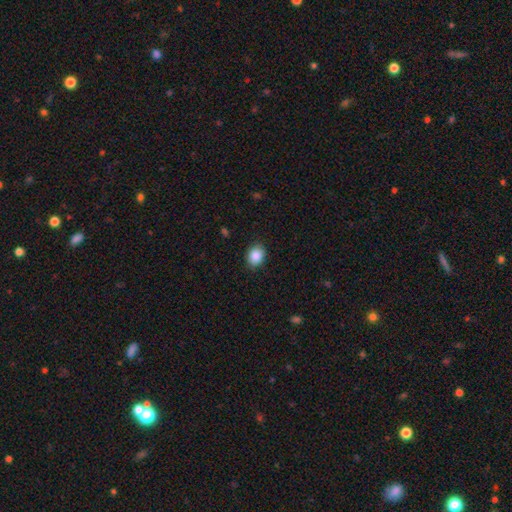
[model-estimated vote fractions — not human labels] The model was most divided on "how rounded": in between: 55%, round: 44%, cigar-shaped: 1%. More confident: smooth or featured — smooth (88%); merging — none (87%).